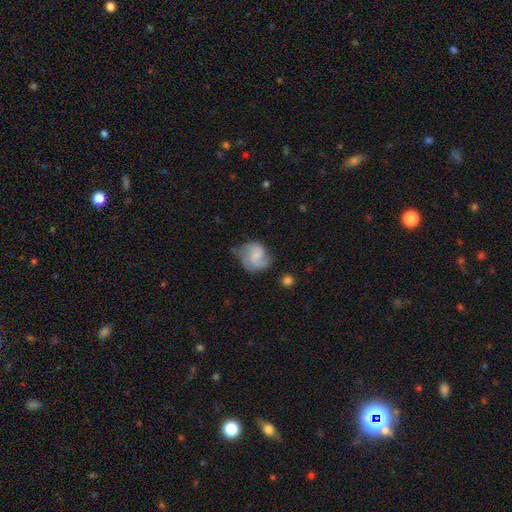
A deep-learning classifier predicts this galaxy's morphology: Smooth or featured? Predicted: featured or disk (p=0.54). Edge-on disk? Predicted: no (p=0.98). Bar? Predicted: no (p=0.48). Spiral arms? Predicted: yes (p=0.89). Bulge size? Predicted: none (p=0.37, tied with small). Merging? Predicted: none (p=0.57).